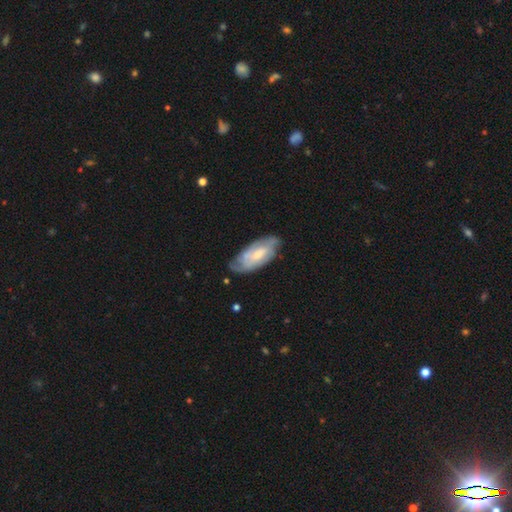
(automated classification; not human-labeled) Overall: featured or disk (64%; smooth 30%). Edge-on disk: no (91%). Bar: no (48%; weak 41%). Spiral arms: yes (82%). Bulge size: moderate (46%; small 45%). Merging: none (63%; minor disturbance 27%).